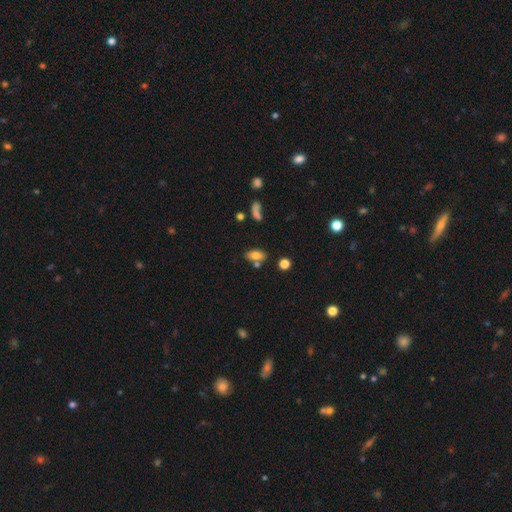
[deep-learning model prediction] Smooth or featured?
  - smooth: 77% *
  - featured or disk: 13%
  - star or artifact: 10%
How rounded?
  - in between: 87% *
  - cigar-shaped: 7%
  - round: 6%
Merging?
  - none: 63% *
  - merger: 18%
  - minor disturbance: 14%
  - major disturbance: 5%